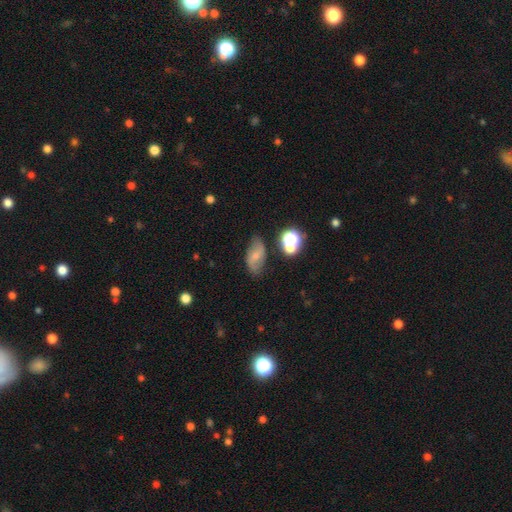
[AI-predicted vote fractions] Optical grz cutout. It shows a featured or disk galaxy (46%). Merging: none (69%).